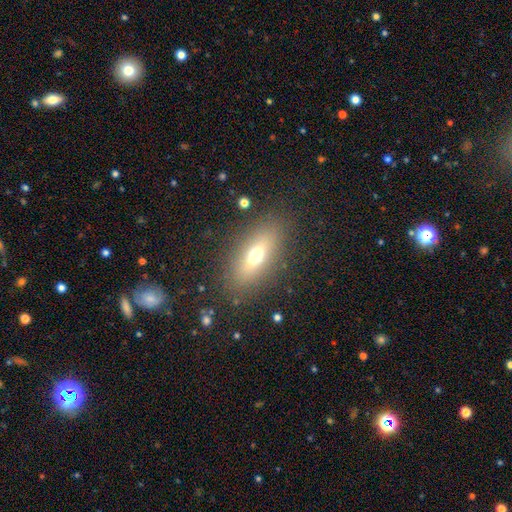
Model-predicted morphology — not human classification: smooth-or-featured: smooth: 63% | featured or disk: 26% | star or artifact: 12%
  how-rounded: in between: 71% | cigar-shaped: 22% | round: 6%
  merging: none: 85% | minor disturbance: 9% | major disturbance: 4% | merger: 1%